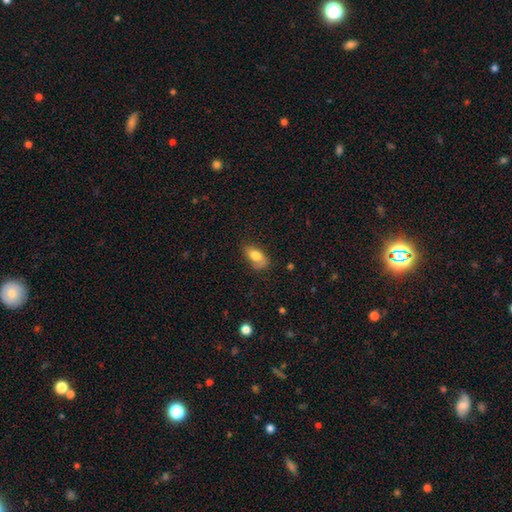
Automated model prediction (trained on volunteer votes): This is likely a smooth galaxy (73%). How rounded: clearly in between (89%). Merging: possibly none (54%).